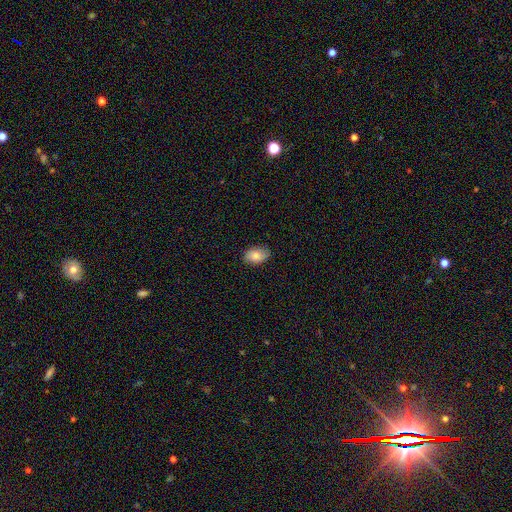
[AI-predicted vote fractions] A smooth galaxy with no disk features (81%) that is in between round and cigar-shaped (87%).

Vote fractions:
- Smooth or featured? smooth: 81% / featured or disk: 11% / star or artifact: 8%
- How rounded? in between: 87% / round: 12% / cigar-shaped: 1%
- Merging? none: 83% / minor disturbance: 14% / major disturbance: 2% / merger: 1%